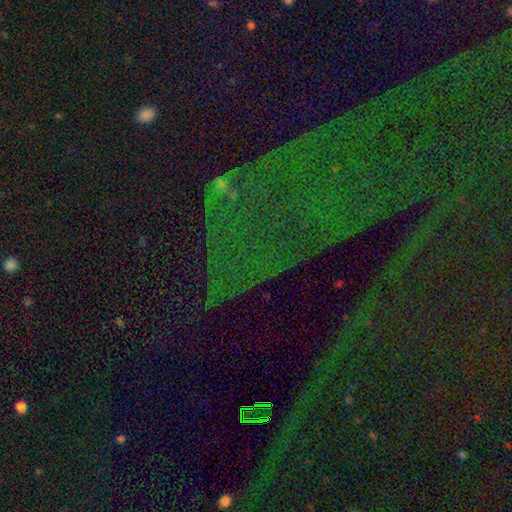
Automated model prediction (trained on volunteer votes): The model was most divided on "smooth or featured": star or artifact: 83%, smooth: 8%, featured or disk: 8%.